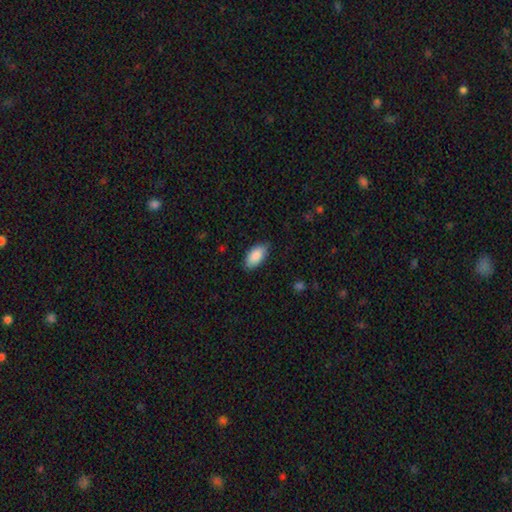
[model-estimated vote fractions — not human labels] Smooth or featured? smooth (89%)
How rounded? in between (94%)
Merging? none (83%)